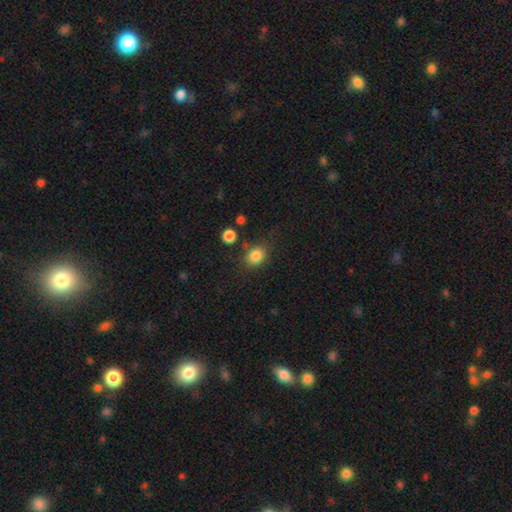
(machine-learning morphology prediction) Smooth or featured?
  - smooth: 83% *
  - star or artifact: 11%
  - featured or disk: 6%
How rounded?
  - round: 61% *
  - in between: 38%
  - cigar-shaped: 1%
Merging?
  - none: 72% *
  - minor disturbance: 16%
  - merger: 7%
  - major disturbance: 6%